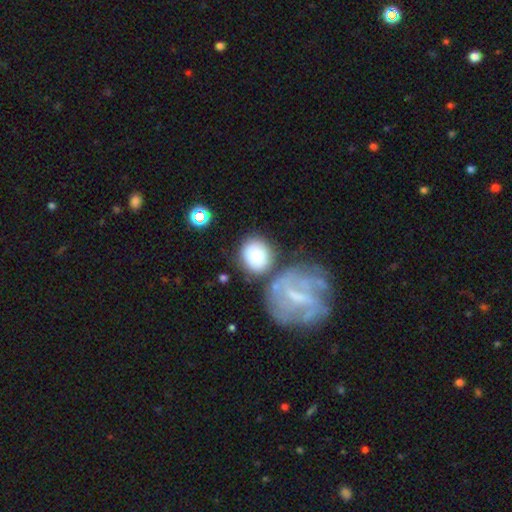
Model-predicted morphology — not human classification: A smooth galaxy with no disk features (78%) that is round (73%). Merging: none (58%).